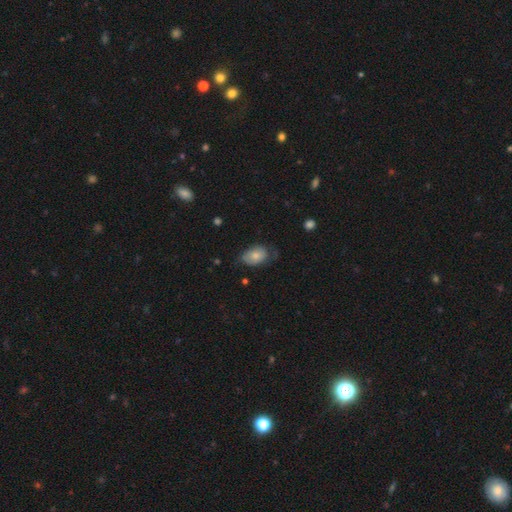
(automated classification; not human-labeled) The model was most divided on "merging": none: 50%, minor disturbance: 35%, major disturbance: 13%, merger: 2%. More confident: how rounded — in between (85%); smooth or featured — smooth (72%).